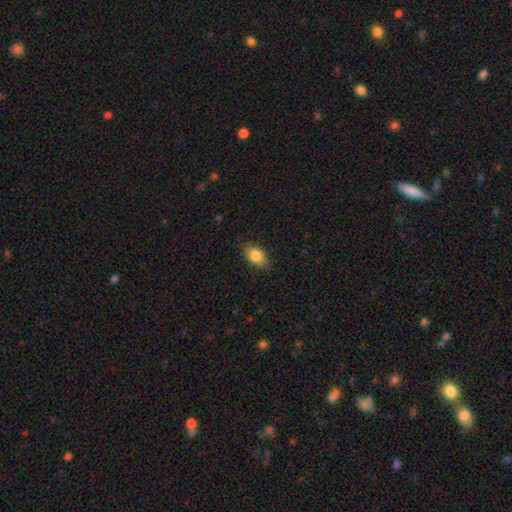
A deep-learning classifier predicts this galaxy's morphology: type=smooth (83%); roundness=in between (87%); merging=none (82%).